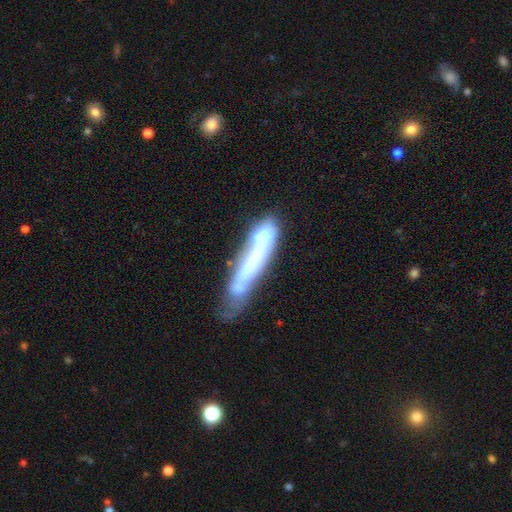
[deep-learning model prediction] The model was most divided on "edge-on disk": yes: 52%, no: 48%. Remaining: smooth or featured — featured or disk (53%); merging — none (35%).